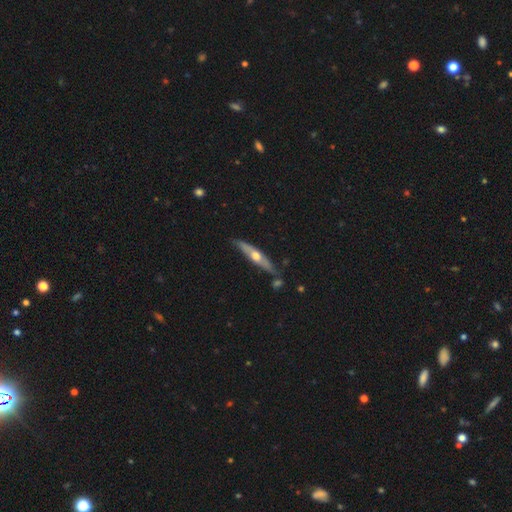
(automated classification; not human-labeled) Smooth or featured? Predicted: featured or disk (p=0.66). Edge-on disk? Predicted: yes (p=0.92). Edge-on bulge? Predicted: rounded (p=0.91). Merging? Predicted: none (p=0.79).